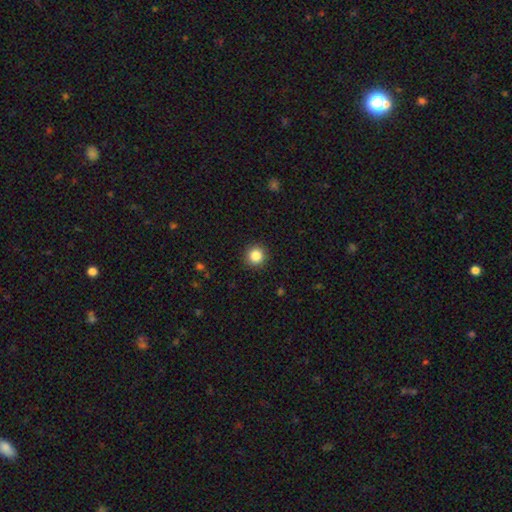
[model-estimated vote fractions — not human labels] smooth_or_featured: smooth (p=0.86) [alt: star or artifact p=0.10]
how_rounded: round (p=0.94) [alt: in between p=0.05]
merging: none (p=0.92) [alt: minor disturbance p=0.05]